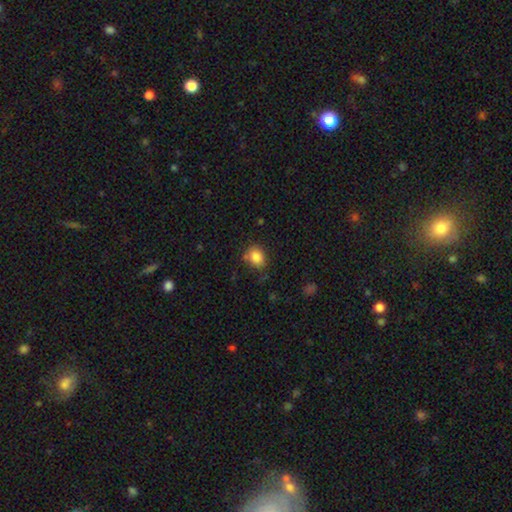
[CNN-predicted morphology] smooth_or_featured: smooth (p=0.84) [alt: star or artifact p=0.10]
how_rounded: round (p=0.62) [alt: in between p=0.38]
merging: none (p=0.74) [alt: minor disturbance p=0.18]